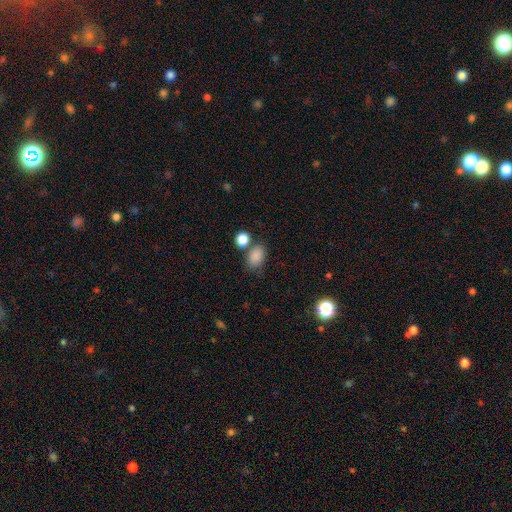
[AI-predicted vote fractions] This is clearly a smooth galaxy (86%). How rounded: likely in between (73%). Merging: likely none (62%).